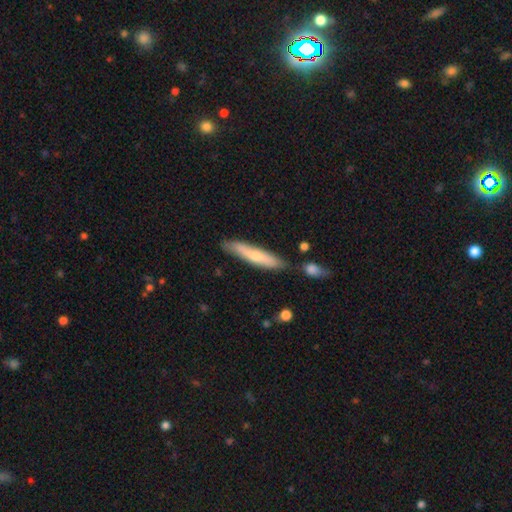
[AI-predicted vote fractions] Smooth or featured? Predicted: smooth (p=0.59). How rounded? Predicted: cigar-shaped (p=0.87). Merging? Predicted: none (p=0.73).